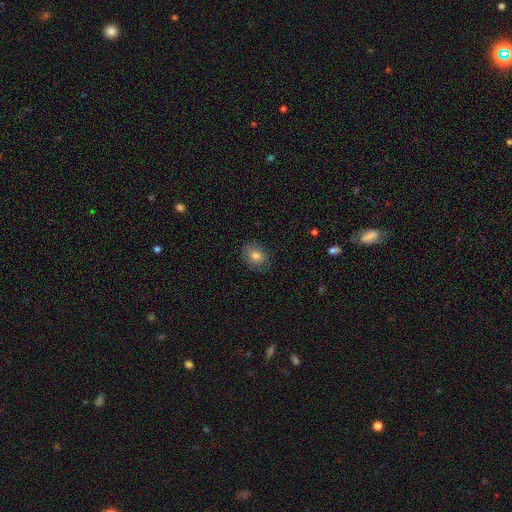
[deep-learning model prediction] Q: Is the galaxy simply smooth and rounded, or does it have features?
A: smooth — 79%.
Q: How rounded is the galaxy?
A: round — 50%.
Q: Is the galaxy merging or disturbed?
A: none — 82%.